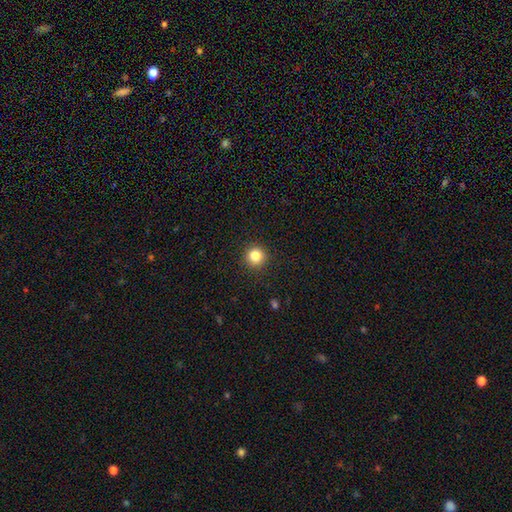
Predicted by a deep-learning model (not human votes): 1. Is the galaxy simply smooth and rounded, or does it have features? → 84% smooth, 11% star or artifact, 5% featured or disk.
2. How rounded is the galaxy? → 95% round, 4% in between, 1% cigar-shaped.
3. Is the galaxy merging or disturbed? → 92% none, 5% minor disturbance, 2% major disturbance, 1% merger.